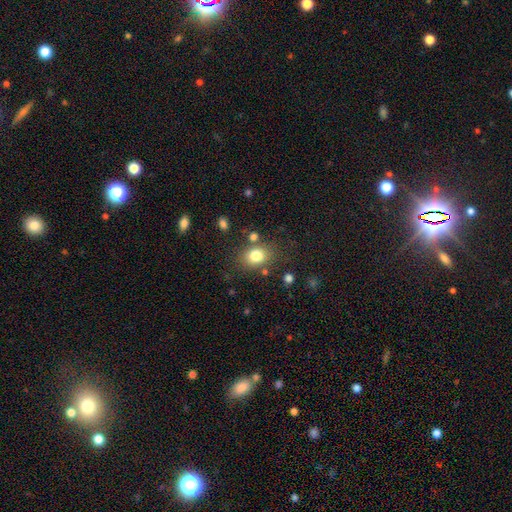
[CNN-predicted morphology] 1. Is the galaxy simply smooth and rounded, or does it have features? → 81% smooth, 11% star or artifact, 9% featured or disk.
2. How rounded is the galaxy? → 57% in between, 42% round, 1% cigar-shaped.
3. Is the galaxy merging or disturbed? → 75% none, 13% minor disturbance, 6% merger, 5% major disturbance.